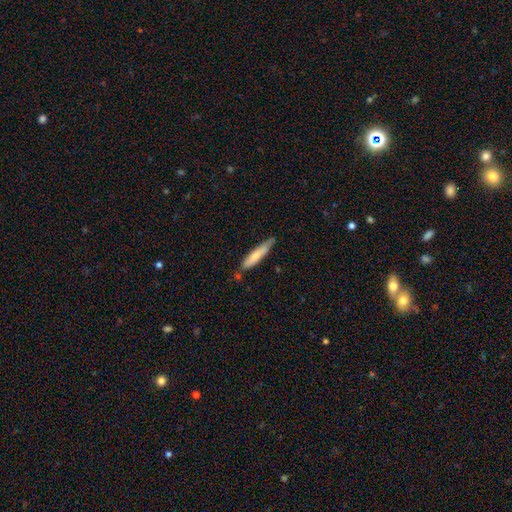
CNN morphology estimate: Smooth or featured?
  - smooth: 72% *
  - featured or disk: 23%
  - star or artifact: 6%
How rounded?
  - cigar-shaped: 88% *
  - in between: 11%
  - round: 1%
Merging?
  - none: 68% *
  - minor disturbance: 23%
  - merger: 6%
  - major disturbance: 4%